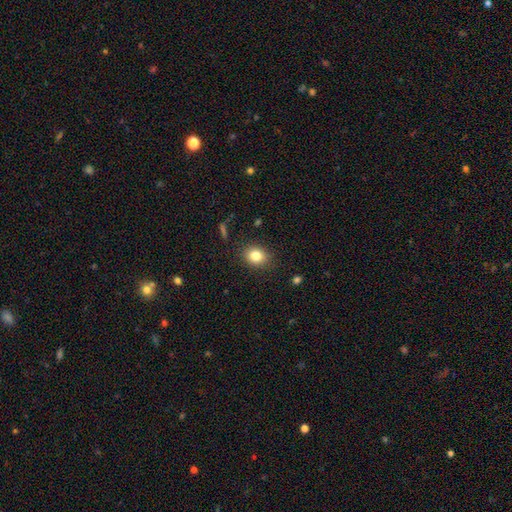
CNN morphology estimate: Q: Smooth or featured?
A: smooth (82%); runner-up: star or artifact (10%)
Q: How rounded?
A: round (54%); runner-up: in between (45%)
Q: Merging?
A: none (86%); runner-up: minor disturbance (10%)